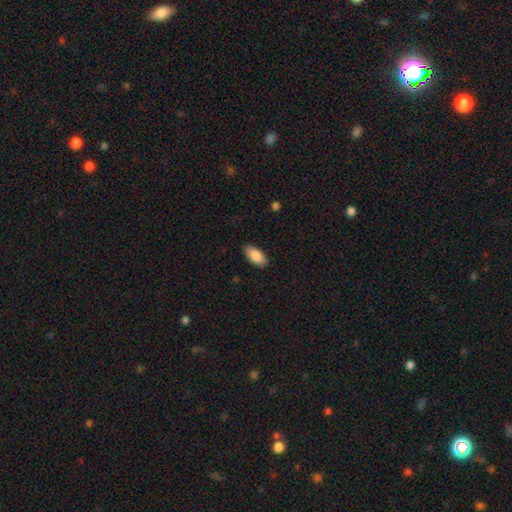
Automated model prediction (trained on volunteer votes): smooth_or_featured: smooth (p=0.88) [alt: featured or disk p=0.06]
how_rounded: in between (p=0.90) [alt: cigar-shaped p=0.08]
merging: none (p=0.88) [alt: minor disturbance p=0.09]